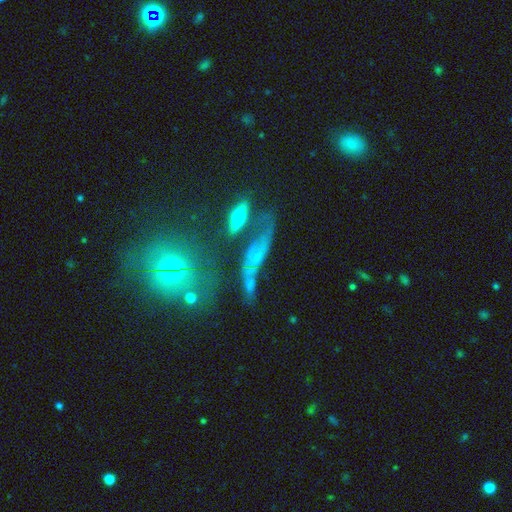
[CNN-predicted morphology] This is possibly a featured or disk galaxy (51%). It is likely not viewed edge-on (67%). Merging: marginally none (37%).